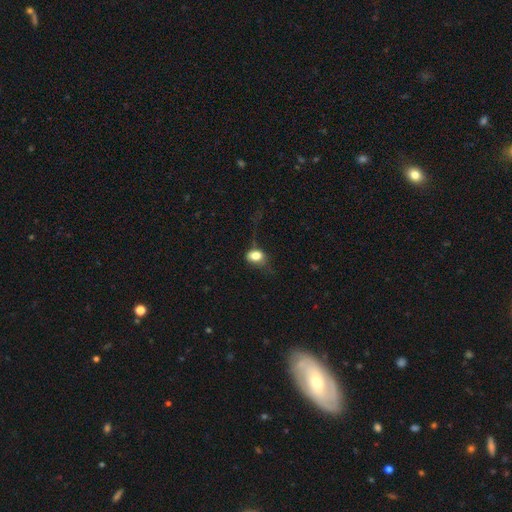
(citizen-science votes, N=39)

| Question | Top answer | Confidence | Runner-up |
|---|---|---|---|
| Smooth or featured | smooth | 77% | featured or disk (18%) |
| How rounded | in between | 63% | round (37%) |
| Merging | major disturbance | 51% | minor disturbance (35%) |